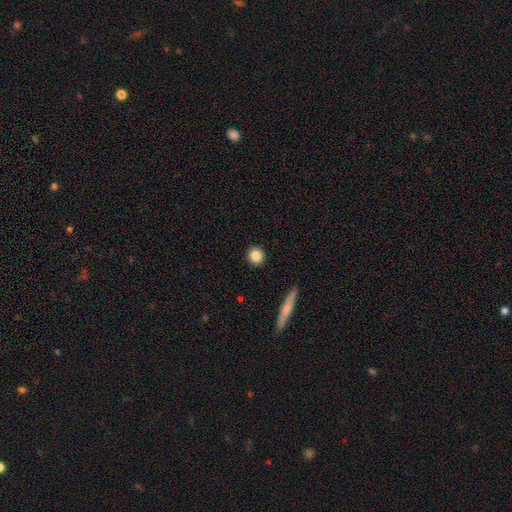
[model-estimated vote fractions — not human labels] Morphology: type=smooth (84%); roundness=round (90%); merging=none (91%).